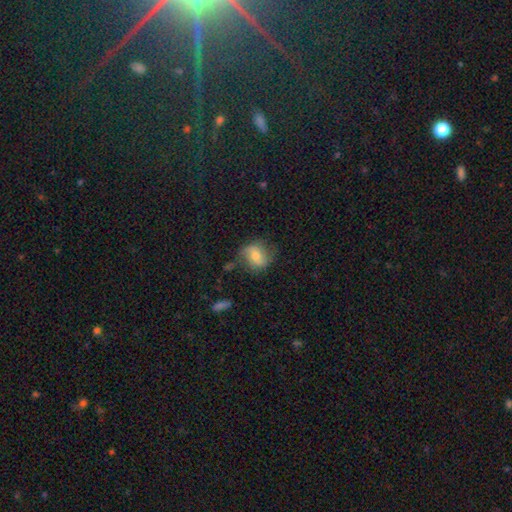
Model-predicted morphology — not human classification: Smooth or featured: smooth — 56% (featured or disk — 36%)
How rounded: round — 60% (in between — 38%)
Merging: none — 65% (minor disturbance — 23%)